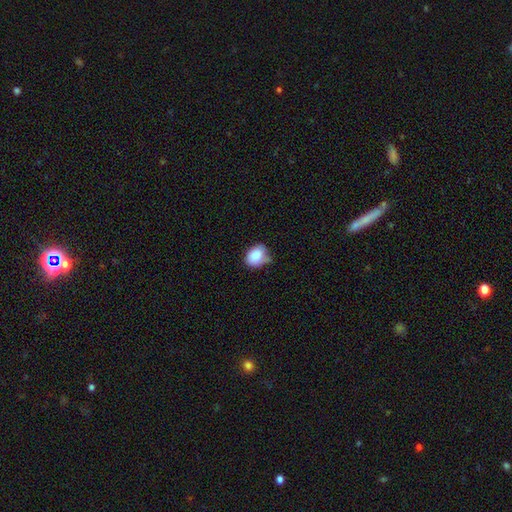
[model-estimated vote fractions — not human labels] Q: Smooth or featured?
A: smooth (86%); runner-up: star or artifact (8%)
Q: How rounded?
A: in between (63%); runner-up: round (36%)
Q: Merging?
A: none (48%); runner-up: minor disturbance (36%)